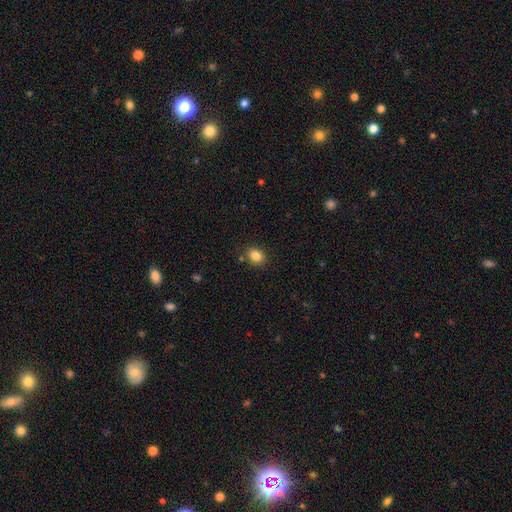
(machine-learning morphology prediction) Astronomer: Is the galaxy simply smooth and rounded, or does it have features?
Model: smooth — 85%.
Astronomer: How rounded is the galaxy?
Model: in between — 59% (runner-up: round, 40%).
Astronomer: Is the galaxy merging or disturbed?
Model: none — 83%.